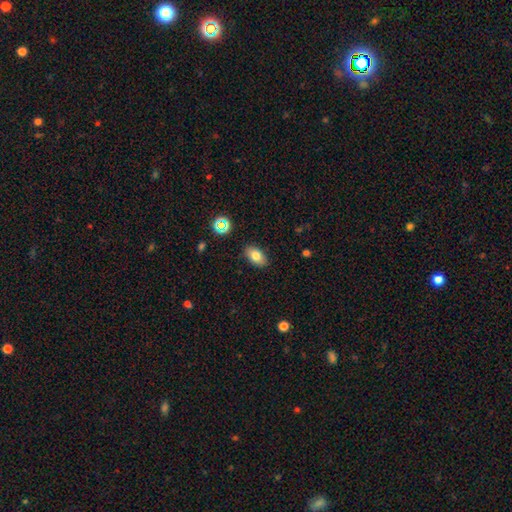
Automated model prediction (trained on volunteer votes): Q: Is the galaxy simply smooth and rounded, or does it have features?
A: smooth — 78%.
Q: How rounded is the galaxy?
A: in between — 90%.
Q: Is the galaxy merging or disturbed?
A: none — 86%.